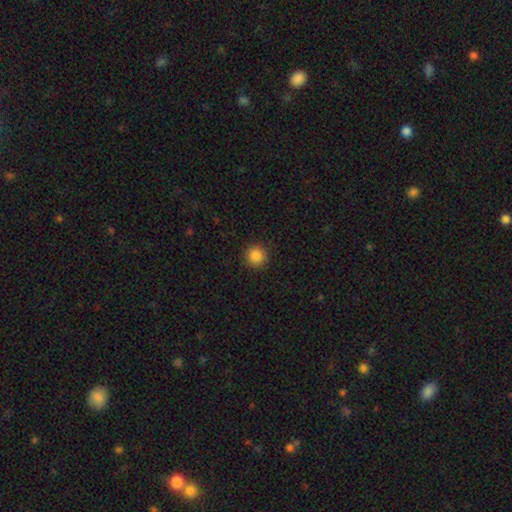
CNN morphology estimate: smooth 87%, star or artifact 10%, featured or disk 3%. Down the decision tree: how rounded — round (95%); merging — none (92%).